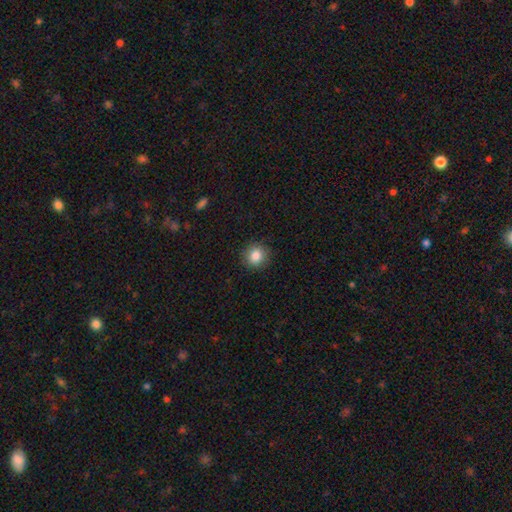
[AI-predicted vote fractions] This is clearly a smooth galaxy (84%). How rounded: clearly round (90%). Merging: clearly none (89%).